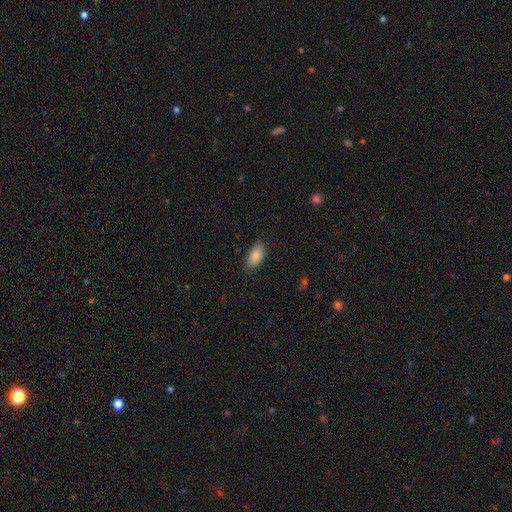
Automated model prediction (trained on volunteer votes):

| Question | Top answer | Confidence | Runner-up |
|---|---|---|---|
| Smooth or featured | smooth | 87% | star or artifact (7%) |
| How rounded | in between | 93% | cigar-shaped (4%) |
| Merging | none | 81% | minor disturbance (15%) |